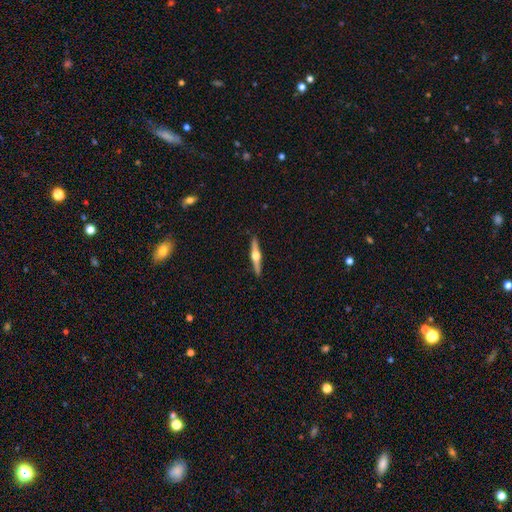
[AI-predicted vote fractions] A featured or disk galaxy (77%) viewed edge-on (98%) with a rounded central bulge (96%). Merging: none (91%).